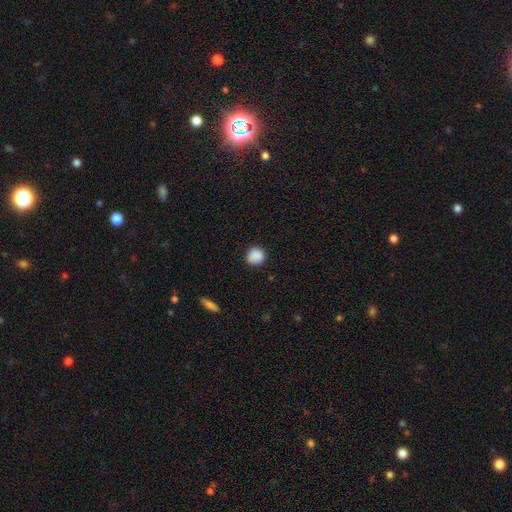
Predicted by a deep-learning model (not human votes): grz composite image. It shows a smooth galaxy with no disk features (89%) that is round (91%). Merging: none (88%).